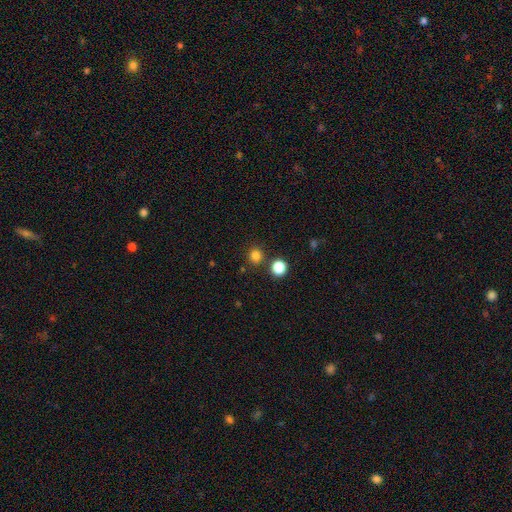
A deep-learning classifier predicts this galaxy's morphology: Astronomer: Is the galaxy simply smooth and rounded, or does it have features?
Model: smooth — 80%.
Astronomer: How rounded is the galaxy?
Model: round — 90%.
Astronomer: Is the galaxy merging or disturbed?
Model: none — 85%.